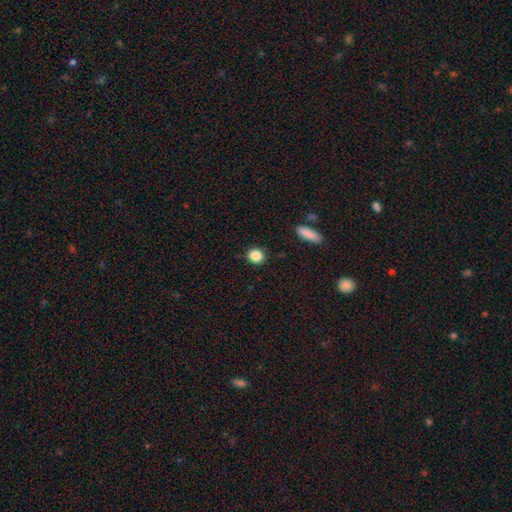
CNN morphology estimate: This appears to be a smooth galaxy with no disk features (86%) that is round (82%). Merging: none (89%).